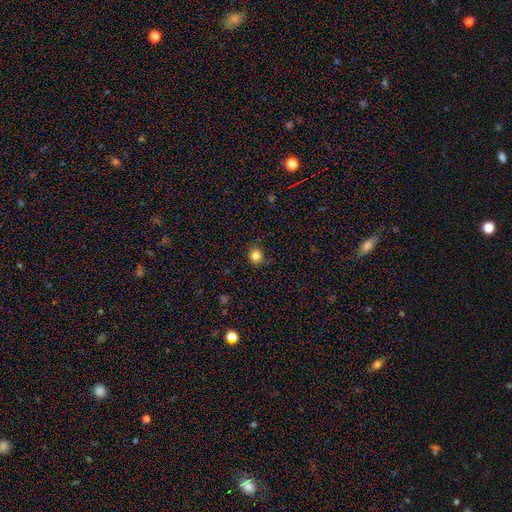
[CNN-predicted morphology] This is clearly a smooth galaxy (83%). How rounded: clearly round (88%). Merging: clearly none (83%).